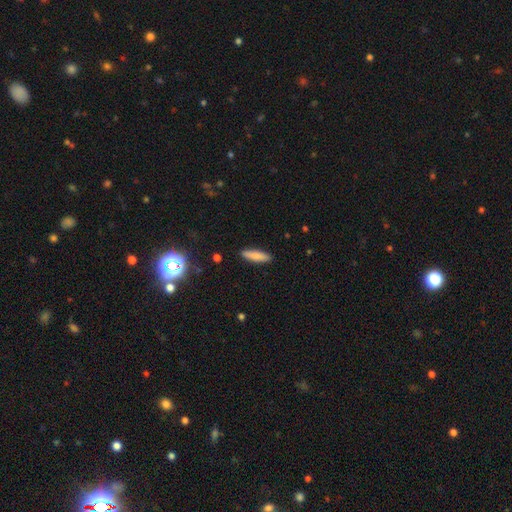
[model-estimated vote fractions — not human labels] This is clearly a smooth galaxy (83%). How rounded: likely cigar-shaped (72%). Merging: clearly none (89%).